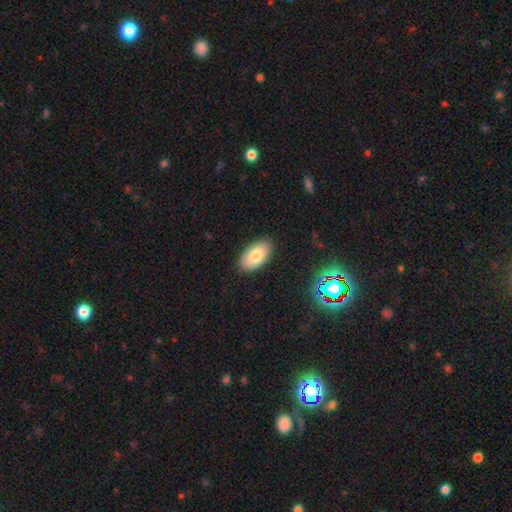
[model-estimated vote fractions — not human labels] Smooth or featured?
  - smooth: 82% *
  - featured or disk: 10%
  - star or artifact: 7%
How rounded?
  - in between: 95% *
  - round: 3%
  - cigar-shaped: 2%
Merging?
  - none: 89% *
  - minor disturbance: 8%
  - major disturbance: 2%
  - merger: 1%